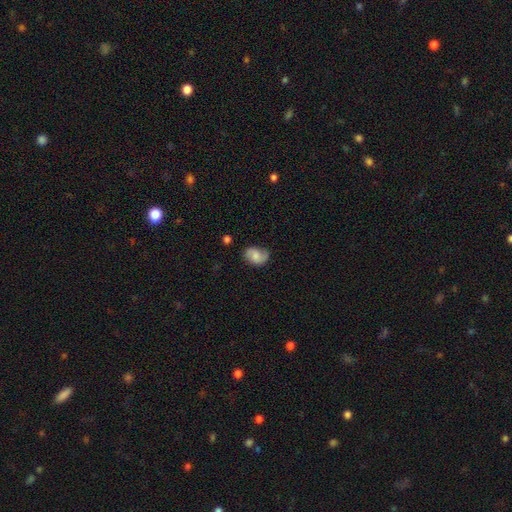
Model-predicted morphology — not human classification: Q: Smooth or featured?
A: smooth (55%); runner-up: featured or disk (37%)
Q: How rounded?
A: in between (70%); runner-up: round (29%)
Q: Merging?
A: none (62%); runner-up: minor disturbance (27%)